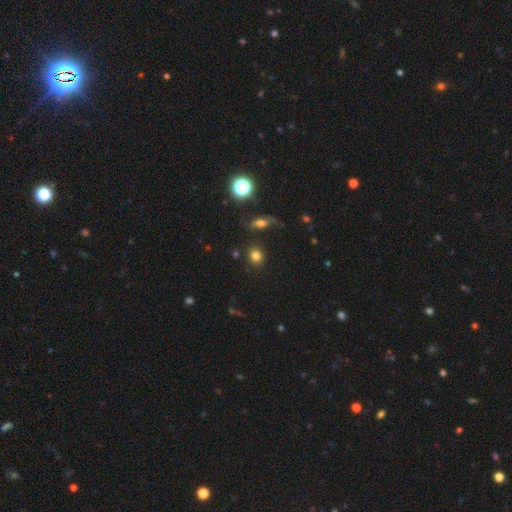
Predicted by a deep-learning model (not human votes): Smooth or featured?
  - smooth: 79% *
  - star or artifact: 14%
  - featured or disk: 7%
How rounded?
  - round: 83% *
  - in between: 16%
  - cigar-shaped: 1%
Merging?
  - none: 84% *
  - minor disturbance: 9%
  - merger: 4%
  - major disturbance: 3%